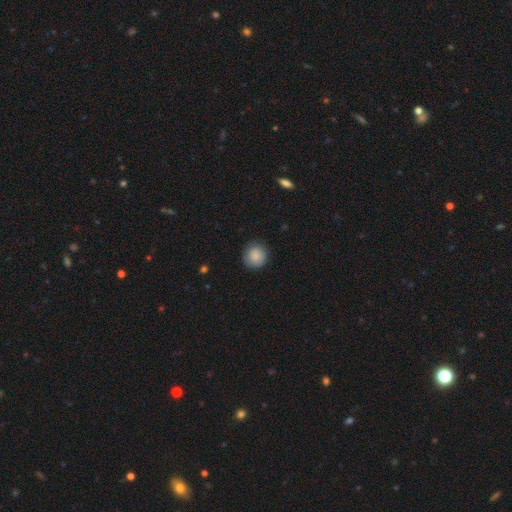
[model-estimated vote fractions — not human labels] smooth 88%, star or artifact 8%, featured or disk 4%. Down the decision tree: how rounded — round (92%); merging — none (87%).